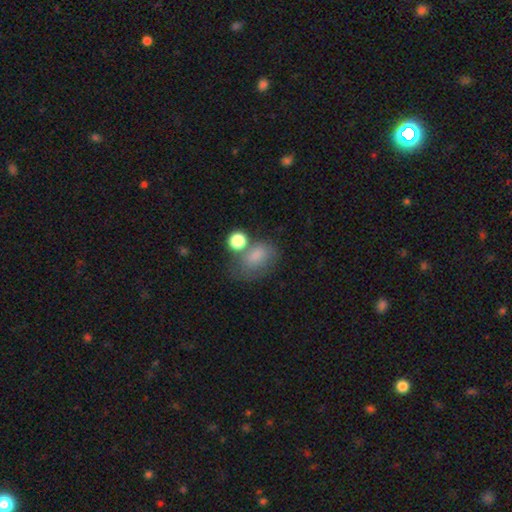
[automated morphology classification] The model was most divided on "merging": none: 39%, merger: 25%, minor disturbance: 21%, major disturbance: 14%. More confident: smooth or featured — smooth (77%); how rounded — in between (68%).